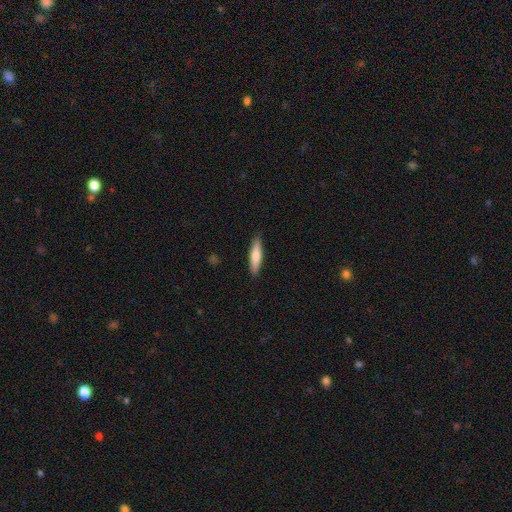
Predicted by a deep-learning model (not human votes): This appears to be a smooth galaxy with no disk features (70%) that is cigar-shaped (81%). Merging: none (89%).